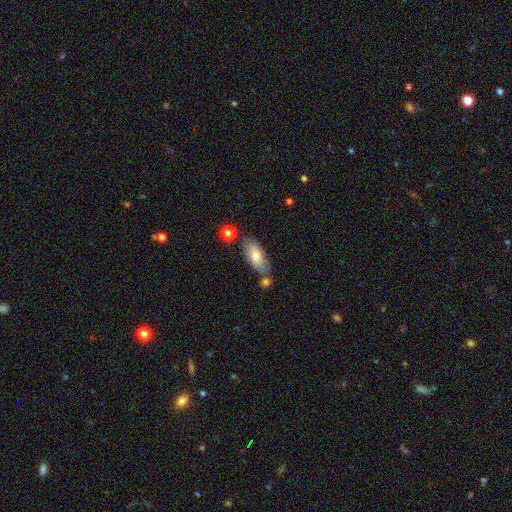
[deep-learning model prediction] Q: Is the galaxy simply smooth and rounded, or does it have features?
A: smooth — 71%.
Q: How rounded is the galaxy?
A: in between — 86%.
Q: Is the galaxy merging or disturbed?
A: none — 65%.